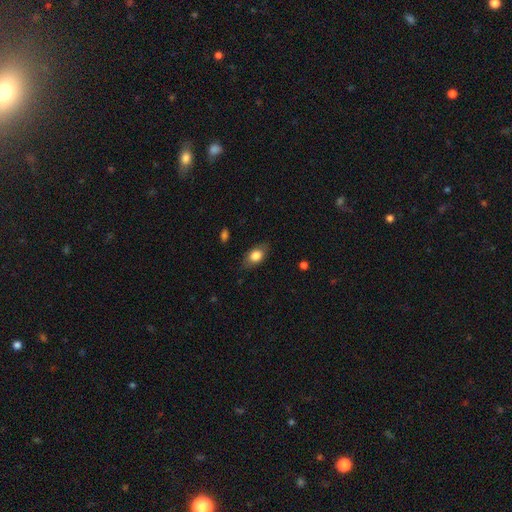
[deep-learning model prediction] This appears to be a smooth galaxy with no disk features (78%) that is in between round and cigar-shaped (84%). Merging: none (77%).